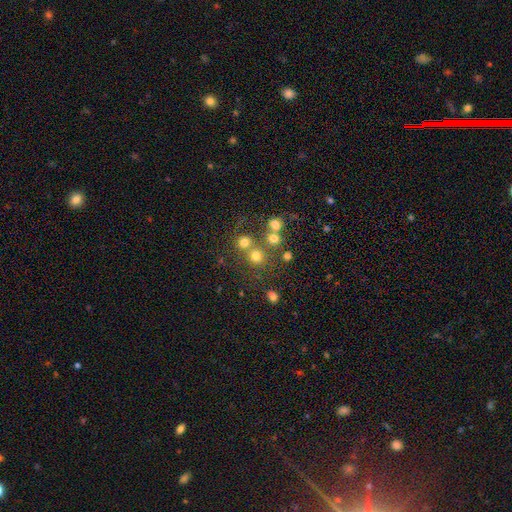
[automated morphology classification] type=smooth (69%); roundness=round (89%); merging=none (60%).